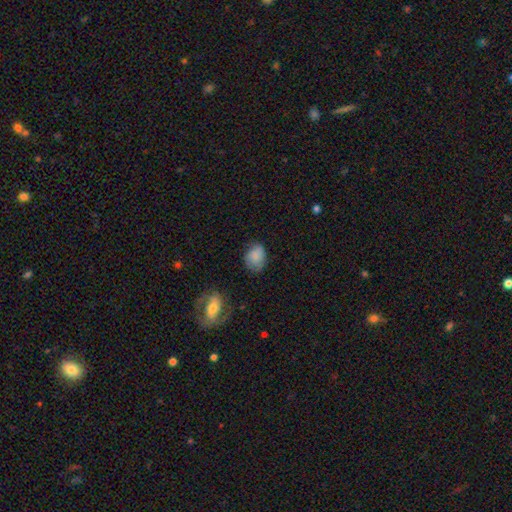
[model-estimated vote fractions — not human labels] Overall: smooth (80%). How rounded: in between (64%; round 34%). Merging: none (64%; minor disturbance 26%).